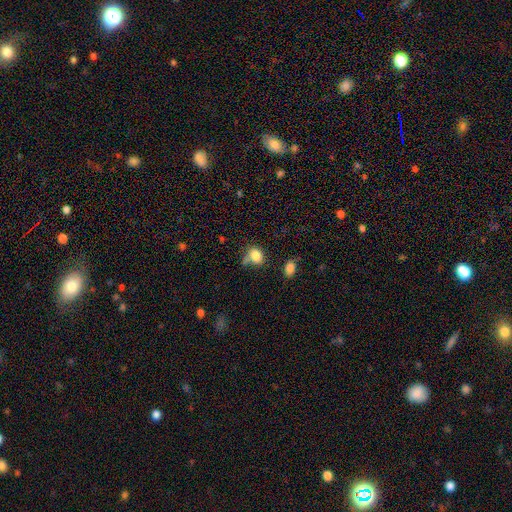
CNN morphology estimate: This is clearly a smooth galaxy (81%). How rounded: likely in between (61%). Merging: possibly none (48%).